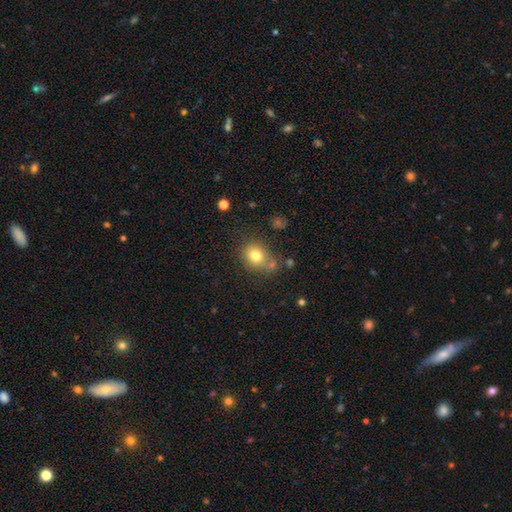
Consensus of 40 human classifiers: Smooth or featured?
  - smooth: 82% *
  - featured or disk: 10%
  - star or artifact: 8%
How rounded?
  - round: 70% *
  - in between: 30%
  - cigar-shaped: 0%
Merging?
  - none: 51% *
  - minor disturbance: 22%
  - merger: 22%
  - major disturbance: 5%